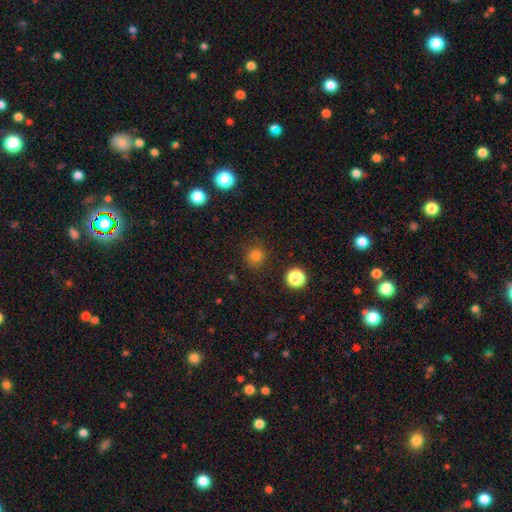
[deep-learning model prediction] smooth-or-featured: smooth: 79% | star or artifact: 16% | featured or disk: 4%
  how-rounded: round: 91% | in between: 8% | cigar-shaped: 1%
  merging: none: 85% | minor disturbance: 9% | major disturbance: 3% | merger: 2%